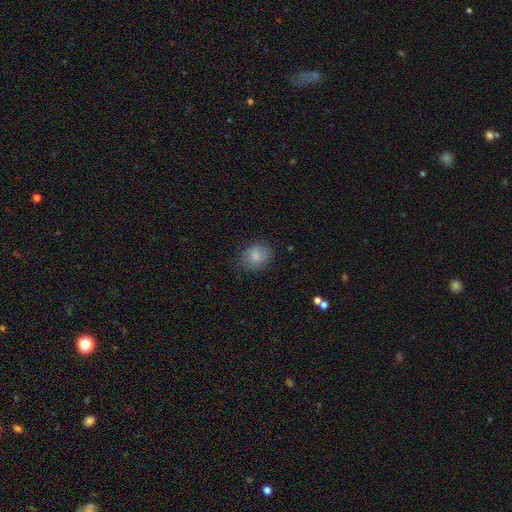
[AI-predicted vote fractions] This is clearly a smooth galaxy (81%). How rounded: possibly round (53%). Merging: likely none (76%).